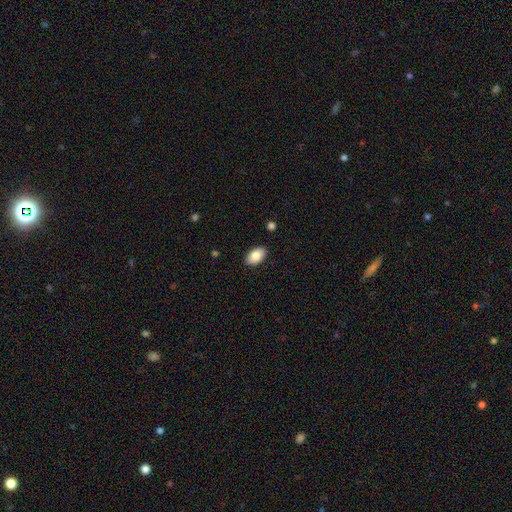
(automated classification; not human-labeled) Overall: smooth (84%). How rounded: in between (93%). Merging: none (89%).